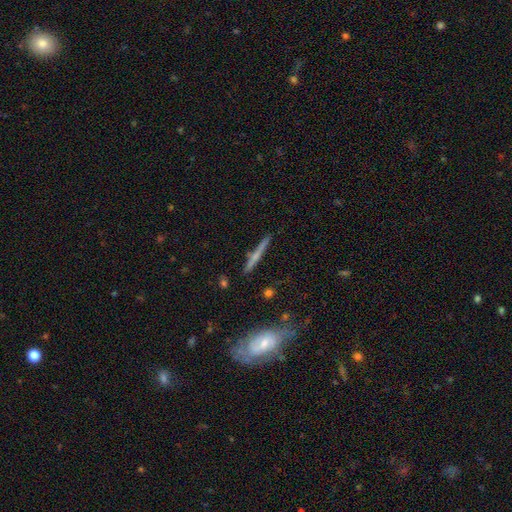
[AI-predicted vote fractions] This is possibly a featured or disk galaxy (59%). It is clearly viewed edge-on (95%). Edge-on bulge: possibly rounded (52%). Merging: clearly none (84%).